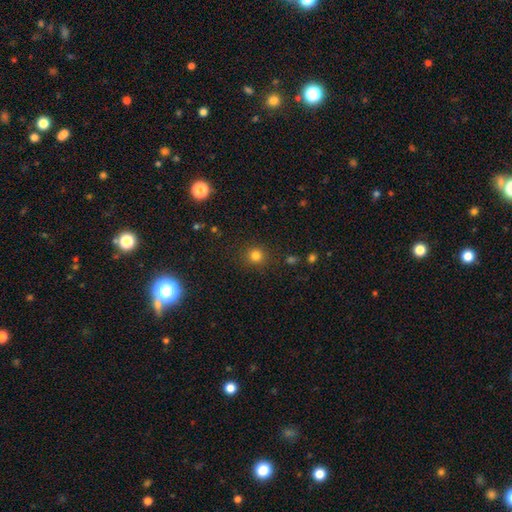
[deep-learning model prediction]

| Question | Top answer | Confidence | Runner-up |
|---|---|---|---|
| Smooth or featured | smooth | 80% | star or artifact (15%) |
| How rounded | round | 91% | in between (8%) |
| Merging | none | 88% | minor disturbance (7%) |